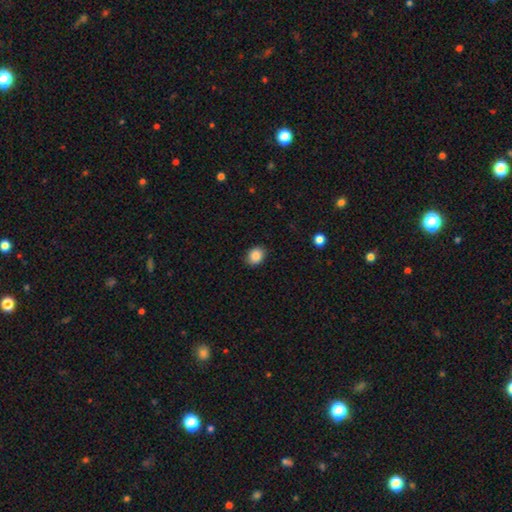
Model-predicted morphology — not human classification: Smooth or featured: smooth — 88% (star or artifact — 9%)
How rounded: round — 50% (in between — 49%)
Merging: none — 87% (minor disturbance — 9%)